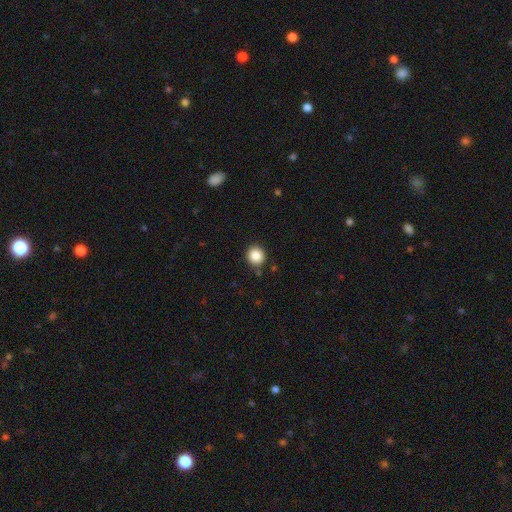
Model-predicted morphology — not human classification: A smooth galaxy with no disk features (87%) that is round (90%). Merging: none (88%).